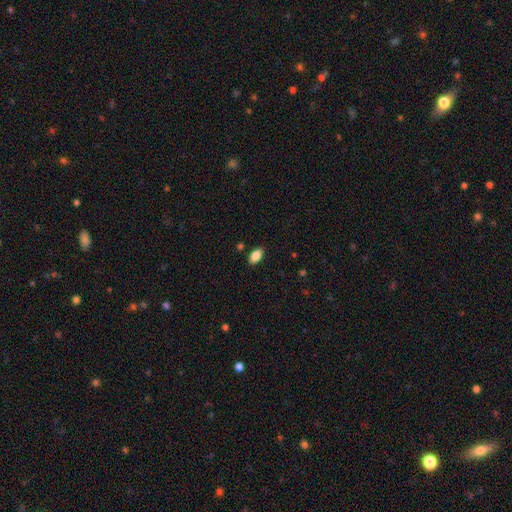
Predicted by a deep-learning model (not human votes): smooth_or_featured: smooth (p=0.85) [alt: star or artifact p=0.08]
how_rounded: in between (p=0.92) [alt: cigar-shaped p=0.04]
merging: none (p=0.86) [alt: minor disturbance p=0.10]